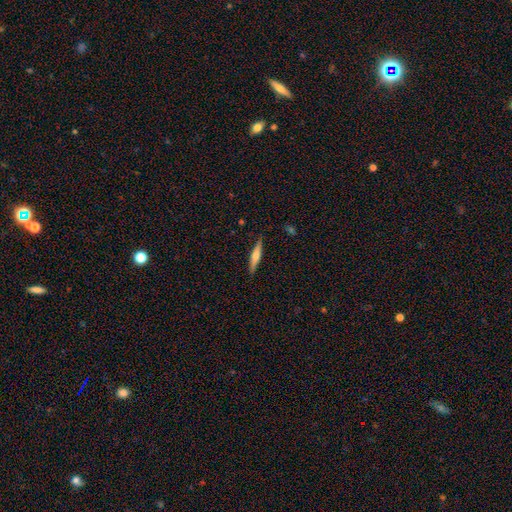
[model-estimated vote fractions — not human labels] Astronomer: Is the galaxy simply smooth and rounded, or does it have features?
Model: smooth — 48% (runner-up: featured or disk, 46%).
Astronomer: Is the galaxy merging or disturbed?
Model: none — 89%.